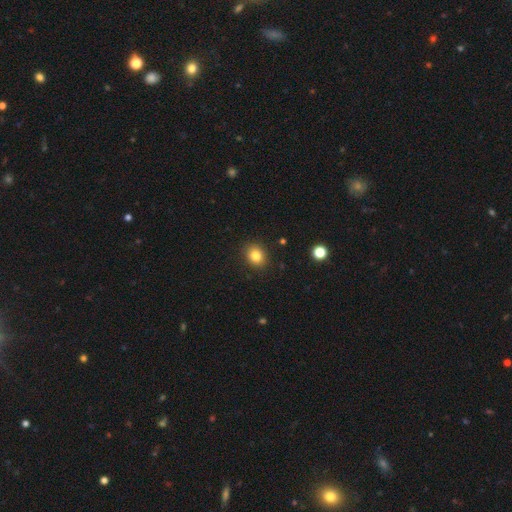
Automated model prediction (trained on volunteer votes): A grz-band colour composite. It shows a smooth galaxy with no disk features (83%) that is round (66%). Merging: none (89%).